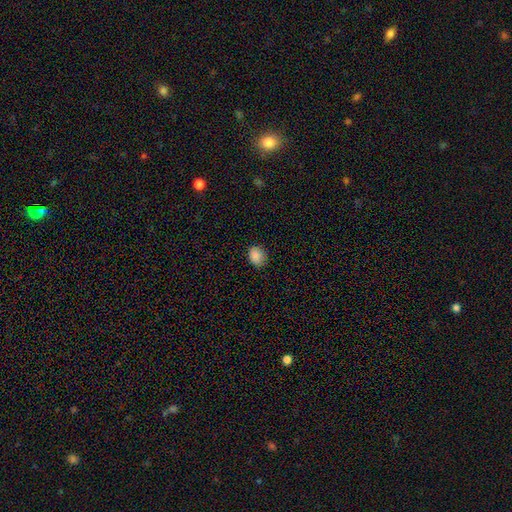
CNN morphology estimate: The model was most divided on "how rounded": round: 50%, in between: 49%, cigar-shaped: 1%. More confident: smooth or featured — smooth (87%); merging — none (81%).